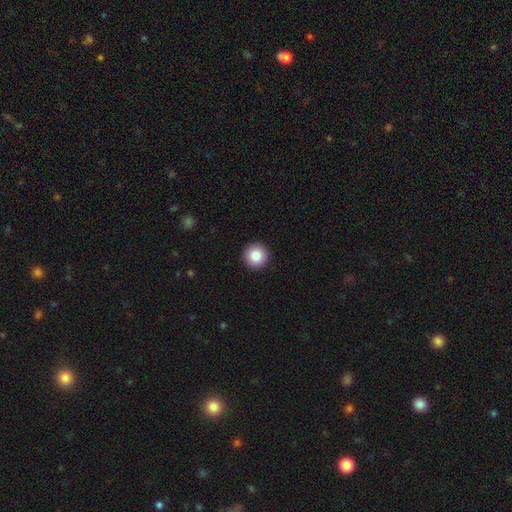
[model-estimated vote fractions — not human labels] A smooth galaxy with no disk features (86%) that is round (96%).

Vote fractions:
- Smooth or featured? smooth: 86% / star or artifact: 9% / featured or disk: 5%
- How rounded? round: 96% / in between: 3% / cigar-shaped: 1%
- Merging? none: 93% / minor disturbance: 4% / major disturbance: 1% / merger: 1%